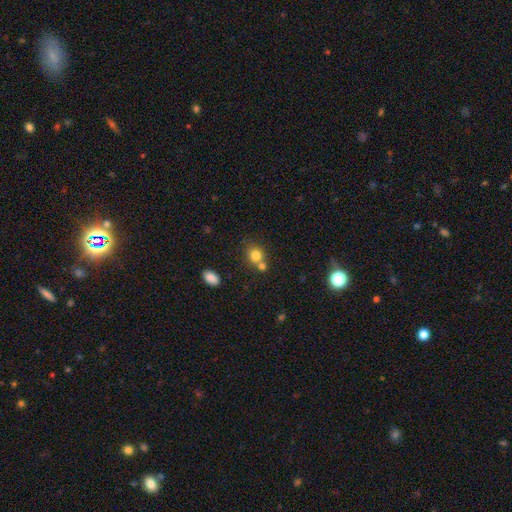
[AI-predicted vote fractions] smooth_or_featured: smooth (p=0.79) [alt: star or artifact p=0.12]
how_rounded: round (p=0.75) [alt: in between p=0.24]
merging: none (p=0.51) [alt: merger p=0.36]